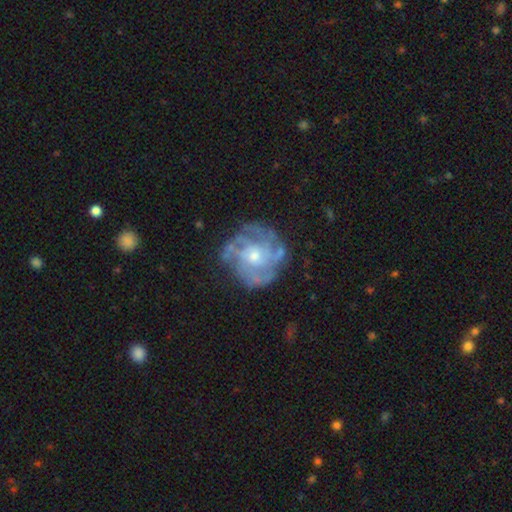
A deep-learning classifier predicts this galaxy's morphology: A featured or disk galaxy (82%) with no bar (77%), tight (55%) spiral arms (89%) and a moderate central bulge (47%, tied with small). Merging: none (73%).